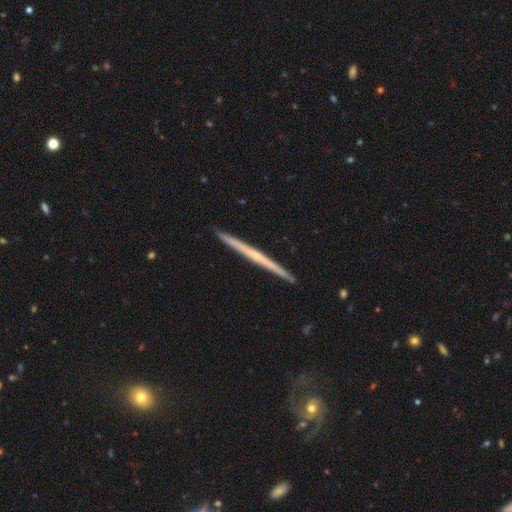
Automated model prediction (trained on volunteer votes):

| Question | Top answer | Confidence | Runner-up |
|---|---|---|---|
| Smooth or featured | featured or disk | 68% | smooth (26%) |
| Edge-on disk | yes | 98% | no (2%) |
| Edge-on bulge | none | 67% | rounded (29%) |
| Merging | none | 93% | minor disturbance (5%) |